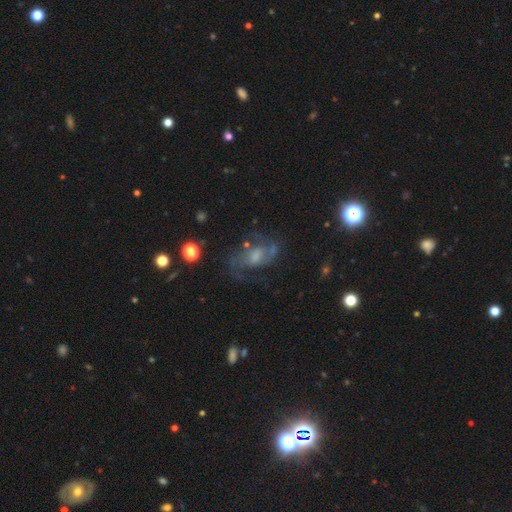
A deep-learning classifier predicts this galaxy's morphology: A featured or disk galaxy (70%) with no bar (50%), 2 (63%) medium (48%) spiral arms (84%) and a moderate central bulge (41%).

Vote fractions:
- Smooth or featured? featured or disk: 70% / smooth: 17% / star or artifact: 13%
- Edge-on disk? no: 96% / yes: 4%
- Bar? no: 50% / weak: 42% / strong: 8%
- Spiral arms? yes: 84% / no: 16%
- Spiral winding? medium: 48% / loose: 36% / tight: 16%
- Spiral arm count? 2: 63% / can't tell: 19% / 3: 7% / 1: 6% / 4: 3% / more than 4: 3%
- Bulge size? moderate: 41% / small: 30% / none: 16% / large: 11% / dominant: 2%
- Merging? none: 54% / major disturbance: 22% / minor disturbance: 20% / merger: 4%